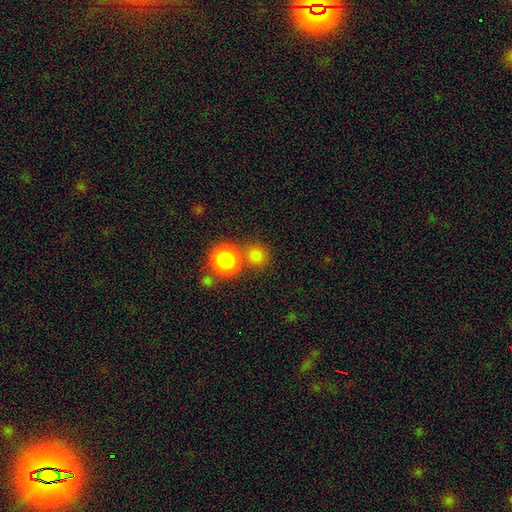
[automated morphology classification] smooth-or-featured: smooth: 82% | star or artifact: 12% | featured or disk: 6%
  how-rounded: round: 86% | in between: 12% | cigar-shaped: 1%
  merging: none: 59% | merger: 29% | minor disturbance: 8% | major disturbance: 4%